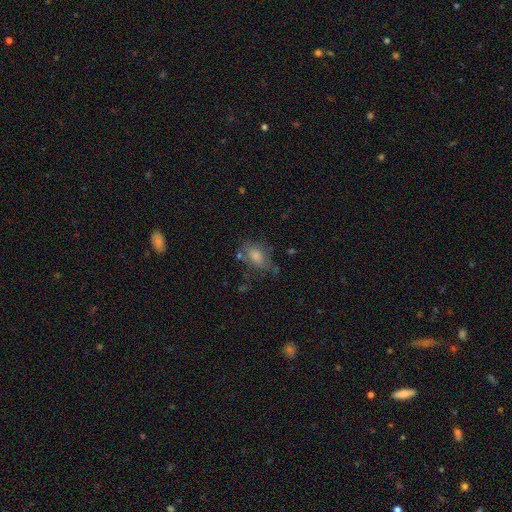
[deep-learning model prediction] Smooth or featured?
  - smooth: 55% *
  - featured or disk: 26%
  - star or artifact: 18%
How rounded?
  - in between: 76% *
  - round: 19%
  - cigar-shaped: 4%
Merging?
  - none: 60% *
  - minor disturbance: 23%
  - major disturbance: 11%
  - merger: 6%